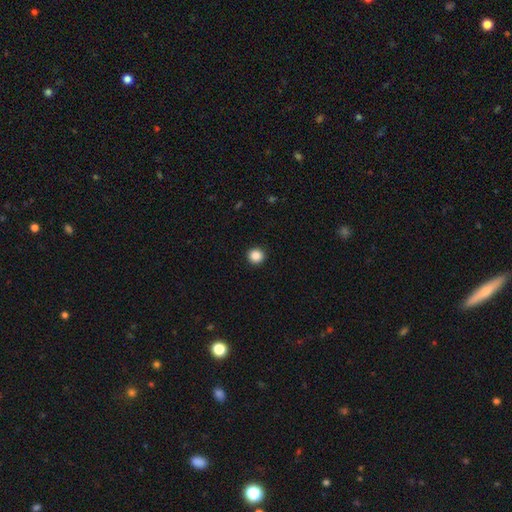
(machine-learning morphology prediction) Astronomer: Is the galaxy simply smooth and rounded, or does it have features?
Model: smooth — 88%.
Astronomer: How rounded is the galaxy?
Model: round — 94%.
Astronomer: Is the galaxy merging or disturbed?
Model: none — 93%.